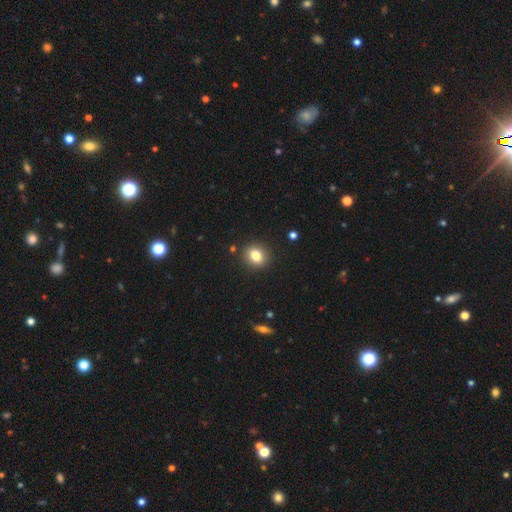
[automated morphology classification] This is clearly a smooth galaxy (81%). How rounded: likely round (64%). Merging: clearly none (89%).